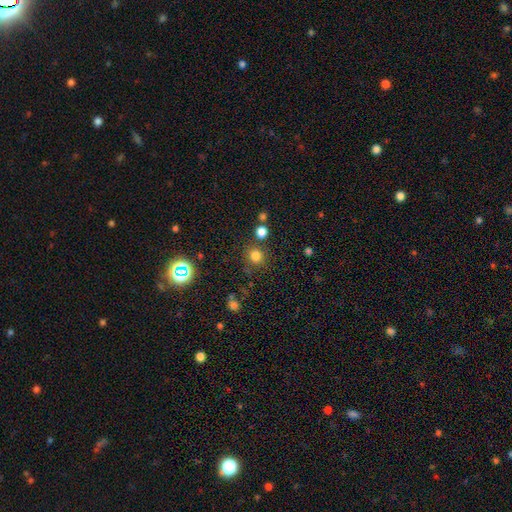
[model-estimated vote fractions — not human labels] A smooth galaxy with no disk features (78%) that is round (91%).

Vote fractions:
- Smooth or featured? smooth: 78% / star or artifact: 16% / featured or disk: 5%
- How rounded? round: 91% / in between: 8% / cigar-shaped: 1%
- Merging? none: 81% / minor disturbance: 8% / merger: 7% / major disturbance: 3%